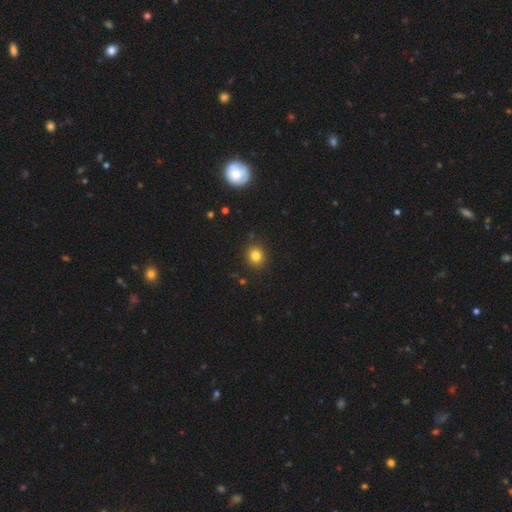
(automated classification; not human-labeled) Morphology: type=smooth (81%); roundness=round (78%); merging=none (88%).